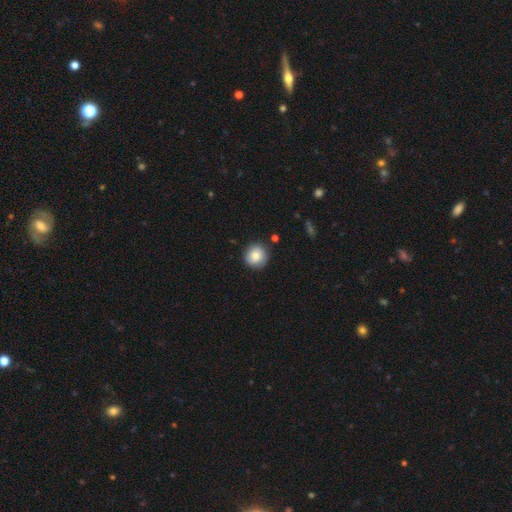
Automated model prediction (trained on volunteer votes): The model was most divided on "smooth or featured": smooth: 79%, featured or disk: 13%, star or artifact: 8%. More confident: how rounded — round (92%); merging — none (84%).